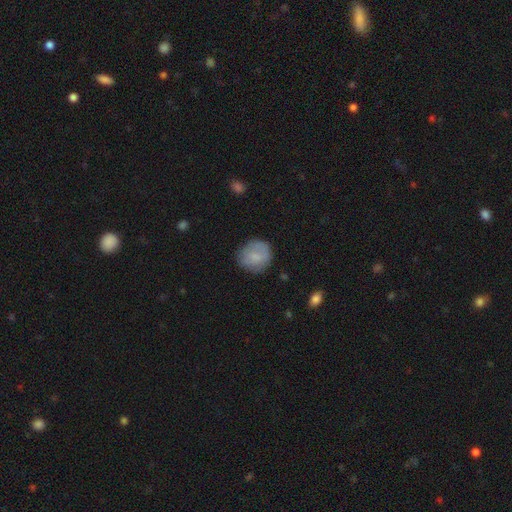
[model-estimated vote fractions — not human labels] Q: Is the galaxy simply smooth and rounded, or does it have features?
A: smooth — 72%.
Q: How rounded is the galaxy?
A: round — 82%.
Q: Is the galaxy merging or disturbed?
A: none — 74%.